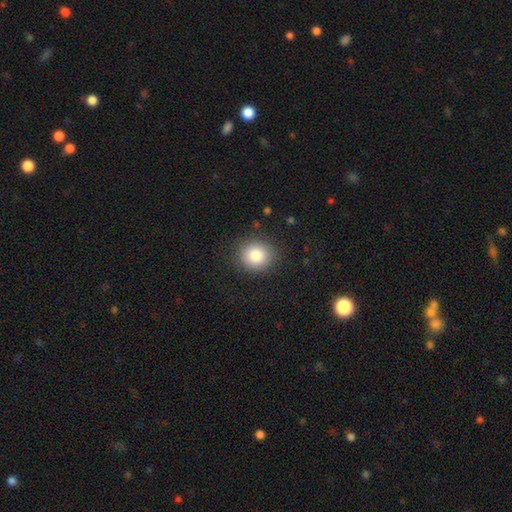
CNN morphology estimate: Q: Smooth or featured?
A: smooth (84%); runner-up: star or artifact (9%)
Q: How rounded?
A: round (83%); runner-up: in between (16%)
Q: Merging?
A: none (88%); runner-up: minor disturbance (8%)